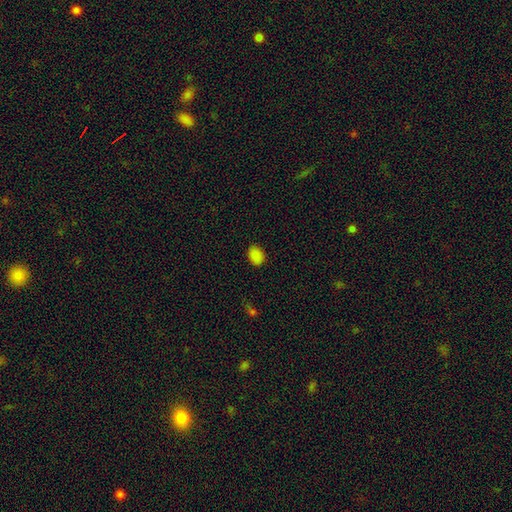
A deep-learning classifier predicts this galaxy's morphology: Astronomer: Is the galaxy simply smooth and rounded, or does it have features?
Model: smooth — 85%.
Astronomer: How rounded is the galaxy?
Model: in between — 69%.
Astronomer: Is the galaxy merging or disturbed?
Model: none — 86%.